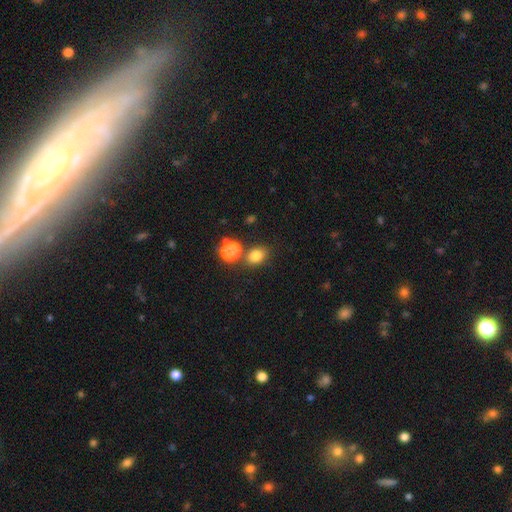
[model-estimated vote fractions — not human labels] The model was most divided on "how rounded": in between: 53%, round: 46%, cigar-shaped: 1%. More confident: smooth or featured — smooth (79%); merging — none (68%).